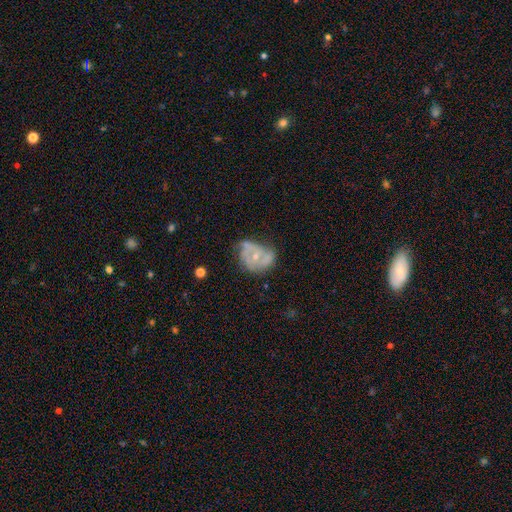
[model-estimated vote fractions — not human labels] The model was most divided on "merging": none: 40%, minor disturbance: 32%, major disturbance: 22%, merger: 6%. More confident: edge-on disk — no (98%); spiral arms — yes (74%); bar — no (74%); smooth or featured — featured or disk (69%); bulge size — small (61%).